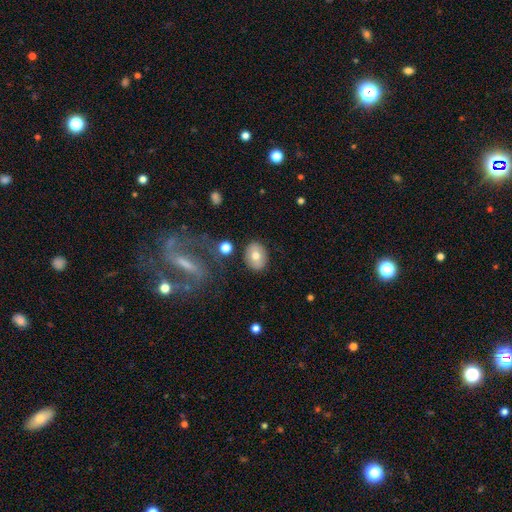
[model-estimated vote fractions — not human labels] The model was most divided on "how rounded": in between: 60%, round: 39%, cigar-shaped: 1%. More confident: merging — none (82%); smooth or featured — smooth (69%).